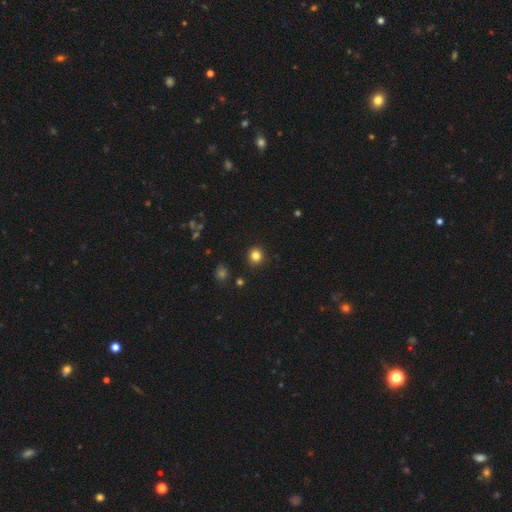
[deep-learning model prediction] The model was most divided on "smooth or featured": smooth: 82%, star or artifact: 13%, featured or disk: 5%. More confident: merging — none (91%); how rounded — round (91%).